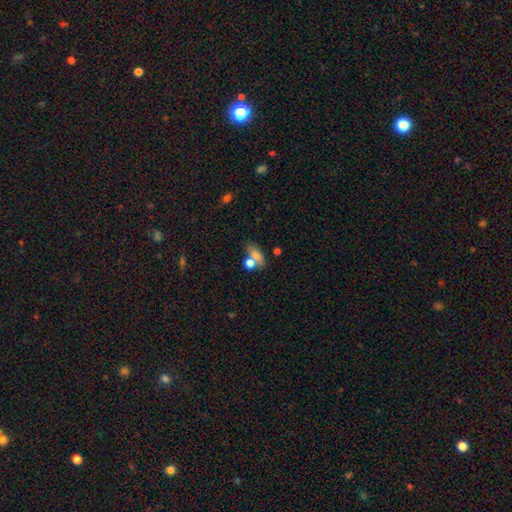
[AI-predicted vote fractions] The model was most divided on "merging": none: 42%, merger: 38%, minor disturbance: 13%, major disturbance: 7%. More confident: how rounded — in between (72%); smooth or featured — smooth (71%).